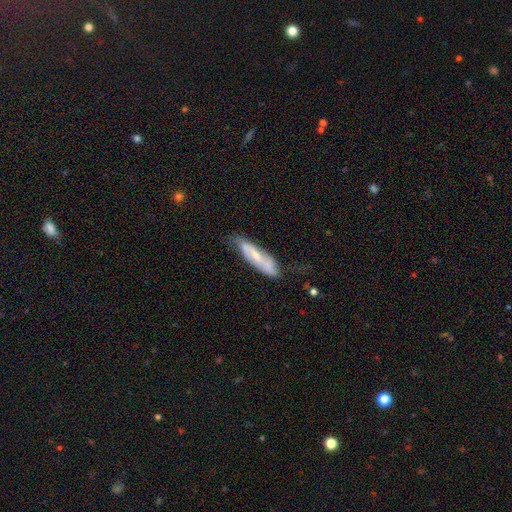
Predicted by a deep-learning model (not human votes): Smooth or featured: featured or disk — 65% (smooth — 28%)
Edge-on disk: no — 70% (yes — 30%)
Merging: none — 65% (minor disturbance — 25%)